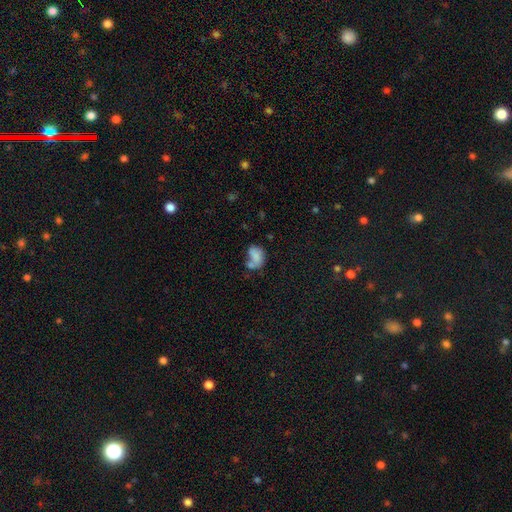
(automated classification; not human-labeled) Smooth or featured? smooth (72%)
How rounded? in between (77%)
Merging? merger (41%)